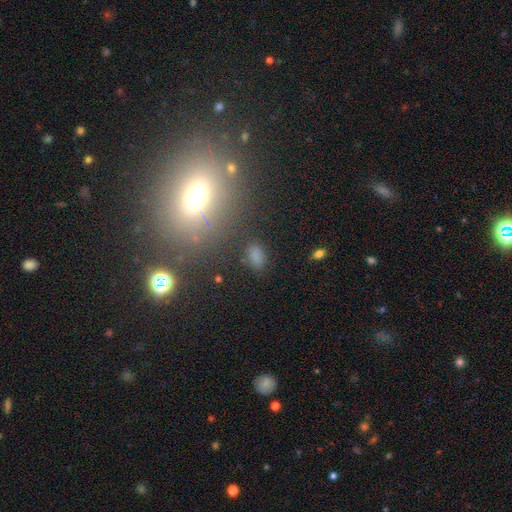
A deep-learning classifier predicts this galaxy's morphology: Smooth or featured? Predicted: smooth (p=0.76). How rounded? Predicted: in between (p=0.87). Merging? Predicted: none (p=0.80).